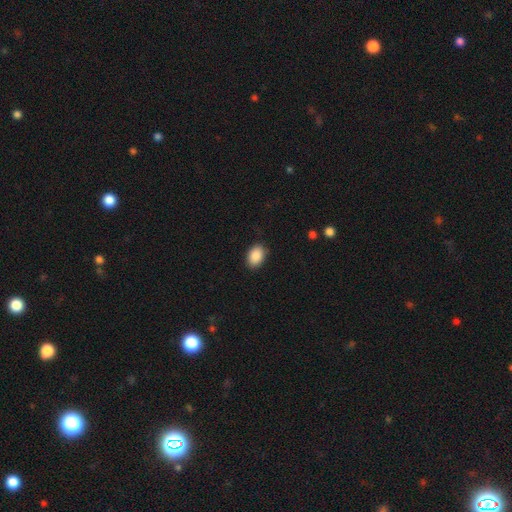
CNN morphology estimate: smooth_or_featured: smooth (p=0.90) [alt: star or artifact p=0.07]
how_rounded: in between (p=0.83) [alt: round p=0.15]
merging: none (p=0.87) [alt: minor disturbance p=0.10]